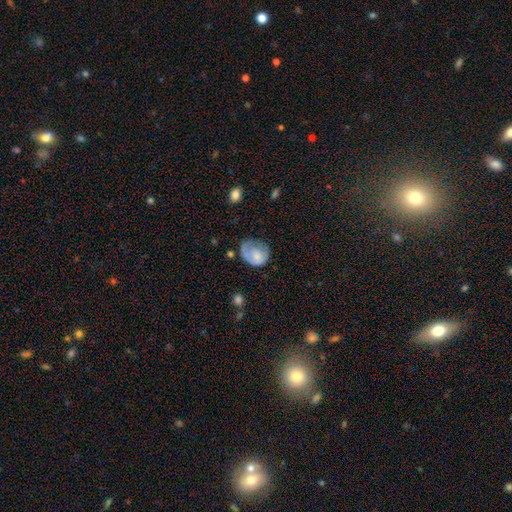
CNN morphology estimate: A smooth galaxy with no disk features (62%) that is round (51%). Merging: none (34%).